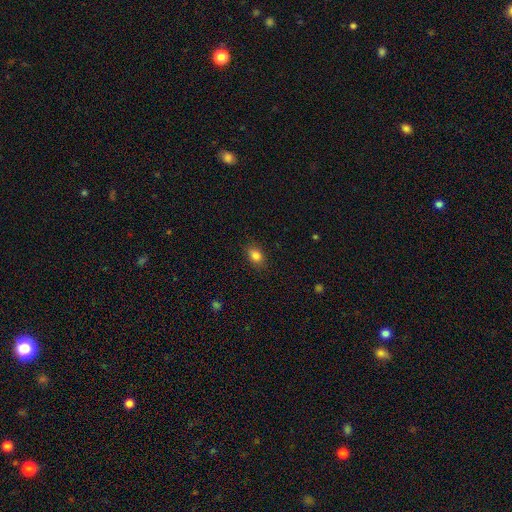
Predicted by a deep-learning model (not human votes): Smooth or featured: smooth — 84% (star or artifact — 10%)
How rounded: in between — 70% (round — 28%)
Merging: none — 85% (minor disturbance — 12%)